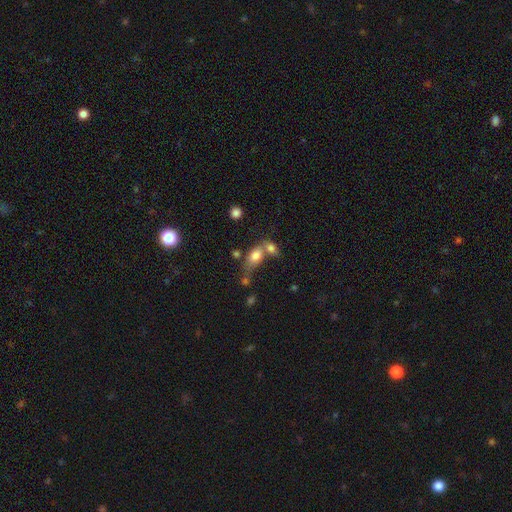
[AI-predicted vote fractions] Smooth or featured?
  - smooth: 76% *
  - featured or disk: 14%
  - star or artifact: 10%
How rounded?
  - in between: 82% *
  - round: 13%
  - cigar-shaped: 5%
Merging?
  - merger: 50% *
  - none: 31%
  - minor disturbance: 12%
  - major disturbance: 8%